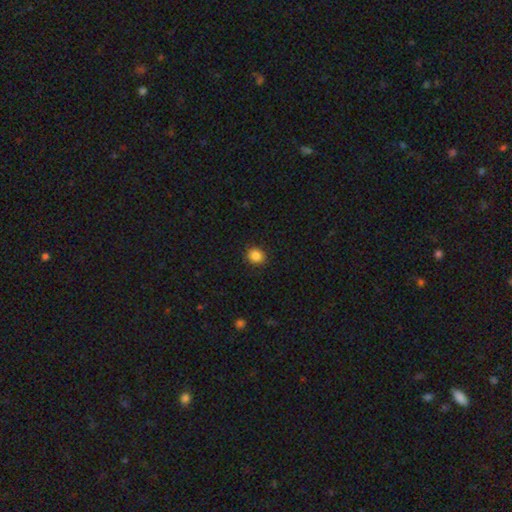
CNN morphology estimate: This is clearly a smooth galaxy (87%). How rounded: likely round (79%). Merging: clearly none (89%).